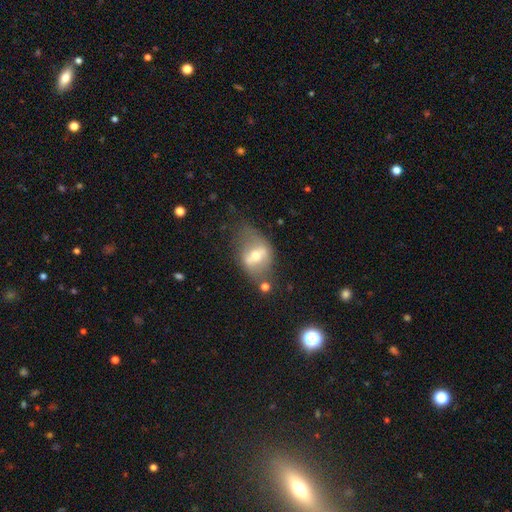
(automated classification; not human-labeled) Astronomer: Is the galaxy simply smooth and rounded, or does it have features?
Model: featured or disk — 58% (runner-up: smooth, 33%).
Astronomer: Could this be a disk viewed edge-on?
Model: no — 85%.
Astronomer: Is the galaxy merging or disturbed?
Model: none — 51%.